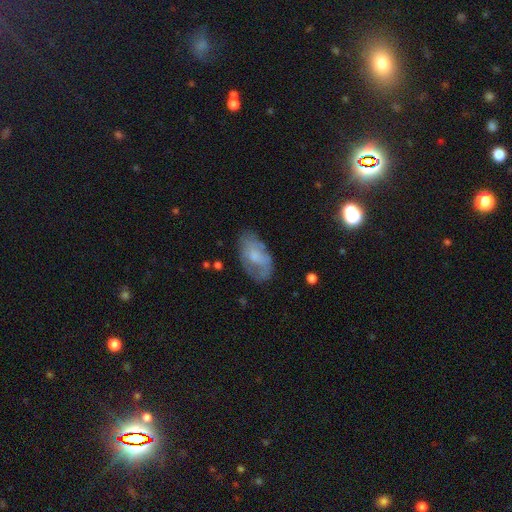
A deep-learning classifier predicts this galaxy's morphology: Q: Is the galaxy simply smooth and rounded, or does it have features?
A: smooth — 54%.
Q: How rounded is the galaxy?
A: in between — 92%.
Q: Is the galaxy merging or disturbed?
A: none — 57%.